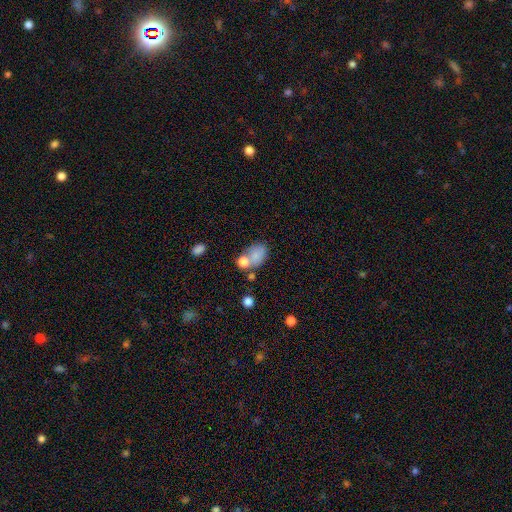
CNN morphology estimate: This is likely a smooth galaxy (77%). How rounded: likely in between (73%). Merging: marginally none (38%).